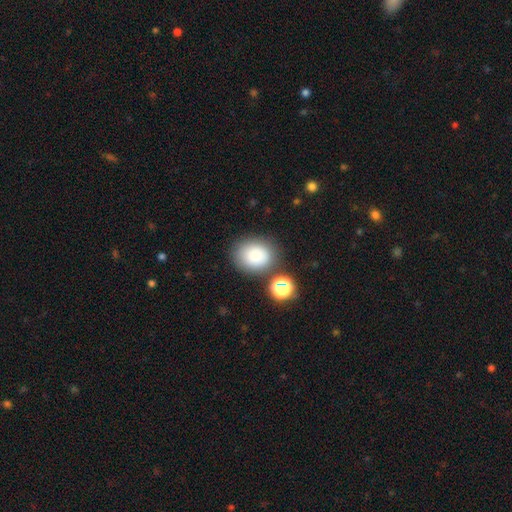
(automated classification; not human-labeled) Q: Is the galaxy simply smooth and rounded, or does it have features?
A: smooth — 81%.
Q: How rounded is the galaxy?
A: round — 52%.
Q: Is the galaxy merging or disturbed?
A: none — 73%.